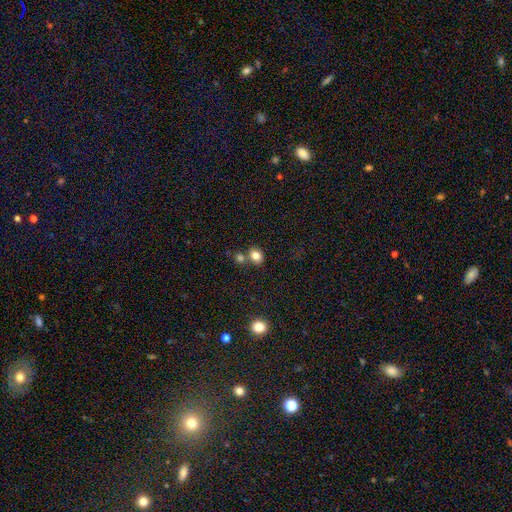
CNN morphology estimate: Q: Smooth or featured?
A: smooth (81%); runner-up: star or artifact (11%)
Q: How rounded?
A: round (53%); runner-up: in between (46%)
Q: Merging?
A: none (61%); runner-up: merger (25%)